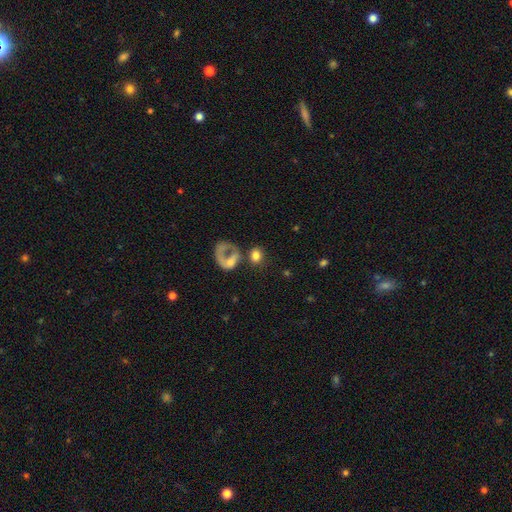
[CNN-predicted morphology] This appears to be a smooth galaxy with no disk features (73%) that is round (56%). Merging: none (48%).